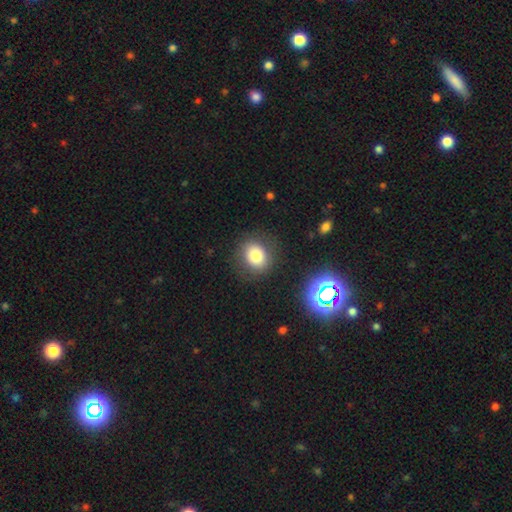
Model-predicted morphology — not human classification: This is likely a smooth galaxy (79%). How rounded: likely round (66%). Merging: clearly none (84%).